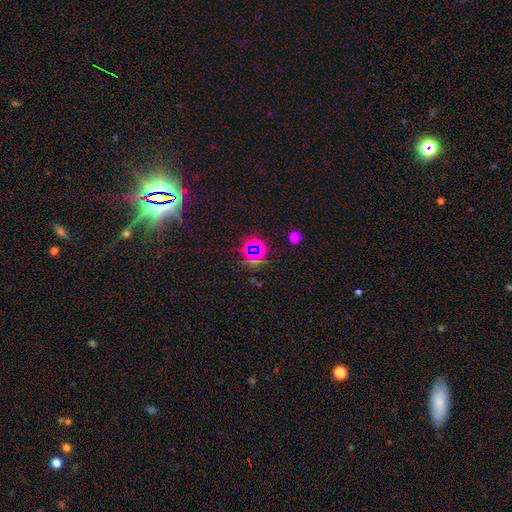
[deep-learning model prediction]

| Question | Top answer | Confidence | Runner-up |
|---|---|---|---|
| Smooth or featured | star or artifact | 72% | smooth (18%) |